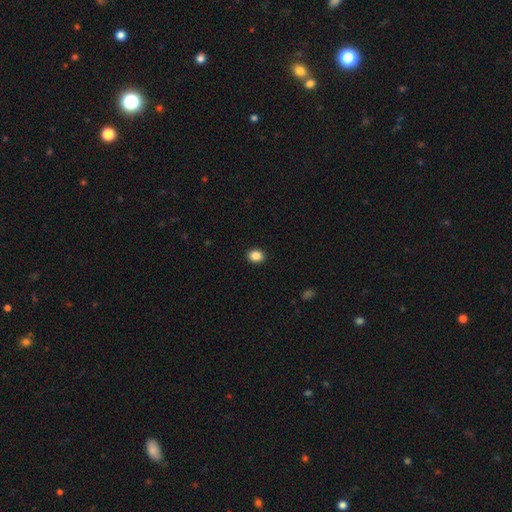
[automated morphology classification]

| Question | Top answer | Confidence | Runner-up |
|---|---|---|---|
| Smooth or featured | smooth | 87% | star or artifact (9%) |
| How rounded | round | 50% | in between (49%) |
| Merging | none | 92% | minor disturbance (6%) |